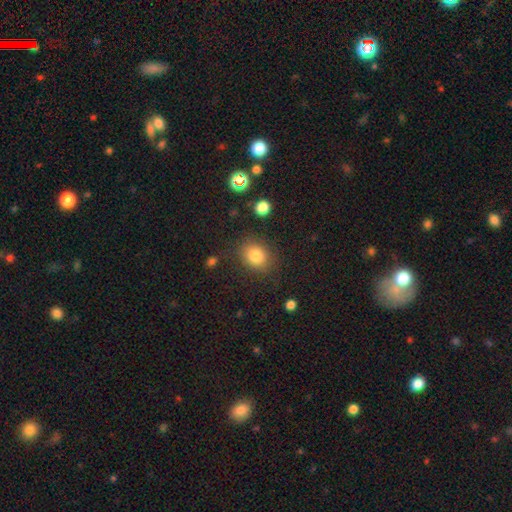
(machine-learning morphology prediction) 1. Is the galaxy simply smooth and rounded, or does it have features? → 83% smooth, 11% star or artifact, 7% featured or disk.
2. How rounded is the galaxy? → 57% round, 42% in between, 1% cigar-shaped.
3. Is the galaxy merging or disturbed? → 82% none, 11% minor disturbance, 4% major disturbance, 2% merger.